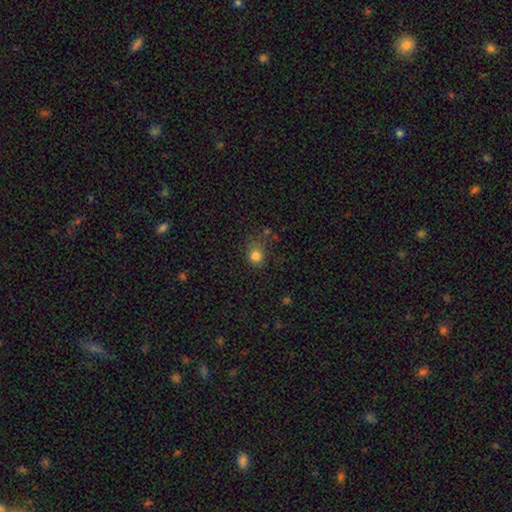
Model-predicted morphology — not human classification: Smooth or featured: smooth — 81% (star or artifact — 13%)
How rounded: round — 77% (in between — 22%)
Merging: none — 66% (minor disturbance — 21%)